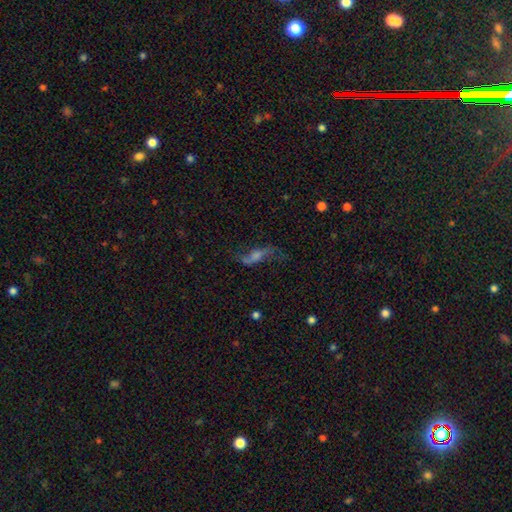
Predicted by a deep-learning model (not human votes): Smooth or featured: featured or disk — 60% (smooth — 24%)
Edge-on disk: no — 74% (yes — 26%)
Merging: none — 57% (major disturbance — 20%)